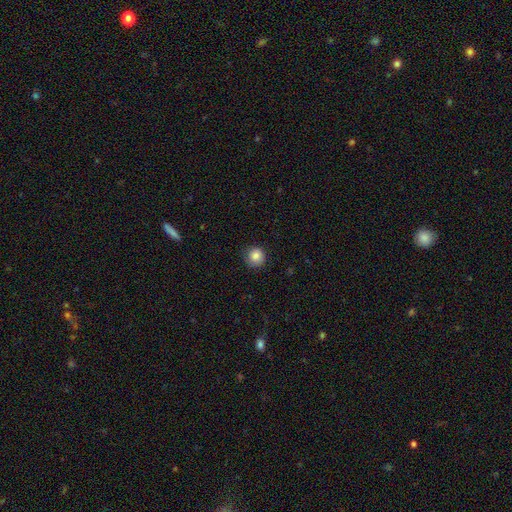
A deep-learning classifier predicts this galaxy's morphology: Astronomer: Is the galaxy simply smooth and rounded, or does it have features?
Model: smooth — 84%.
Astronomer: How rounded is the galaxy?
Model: round — 93%.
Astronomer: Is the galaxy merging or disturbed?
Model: none — 84%.